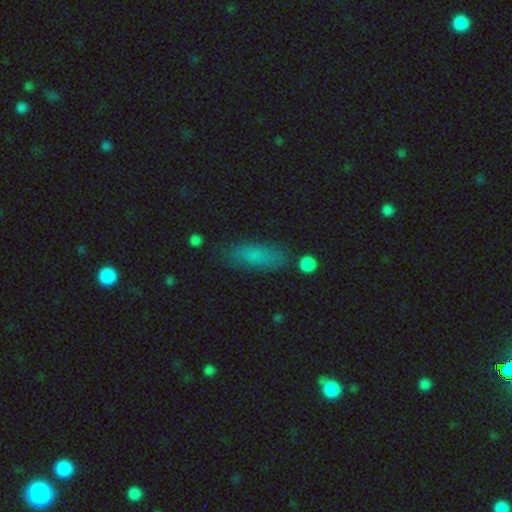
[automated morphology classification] smooth-or-featured: smooth: 78% | featured or disk: 11% | star or artifact: 11%
  how-rounded: in between: 66% | cigar-shaped: 30% | round: 3%
  merging: none: 76% | minor disturbance: 16% | major disturbance: 5% | merger: 4%